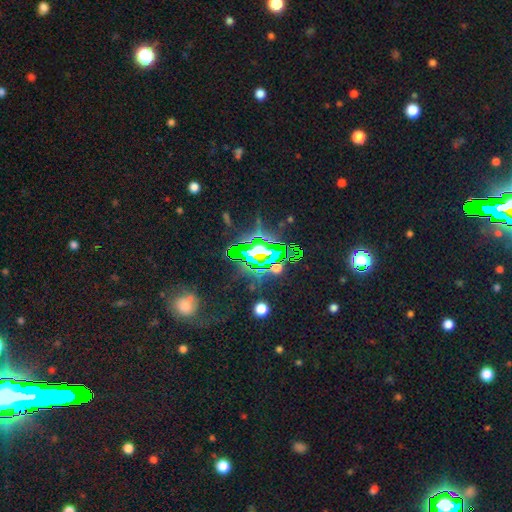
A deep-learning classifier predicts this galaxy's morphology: star or artifact 73%, featured or disk 15%, smooth 12%.